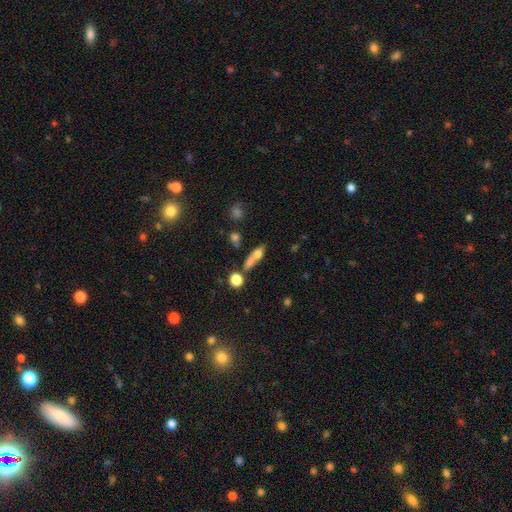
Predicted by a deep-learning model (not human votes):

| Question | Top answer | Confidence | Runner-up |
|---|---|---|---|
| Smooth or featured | smooth | 60% | featured or disk (27%) |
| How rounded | in between | 45% | cigar-shaped (36%) |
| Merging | merger | 40% | none (37%) |